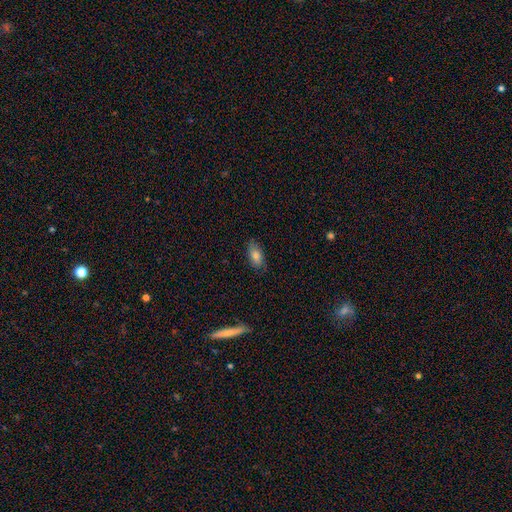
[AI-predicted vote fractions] smooth_or_featured: smooth (p=0.75) [alt: featured or disk p=0.17]
how_rounded: in between (p=0.85) [alt: cigar-shaped p=0.11]
merging: none (p=0.79) [alt: minor disturbance p=0.17]